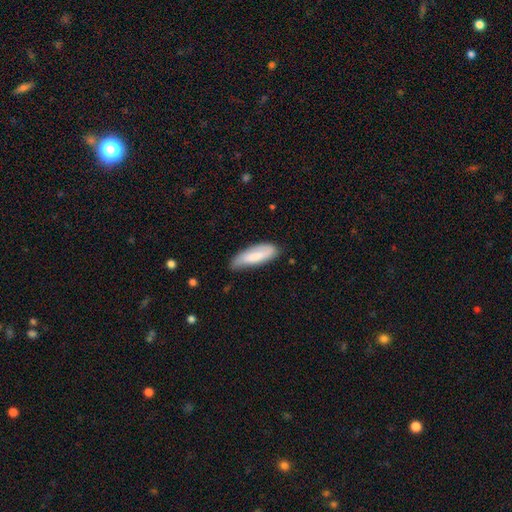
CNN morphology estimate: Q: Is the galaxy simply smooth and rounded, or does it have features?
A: smooth — 73%.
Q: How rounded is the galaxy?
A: in between — 61%.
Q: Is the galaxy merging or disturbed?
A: none — 64%.